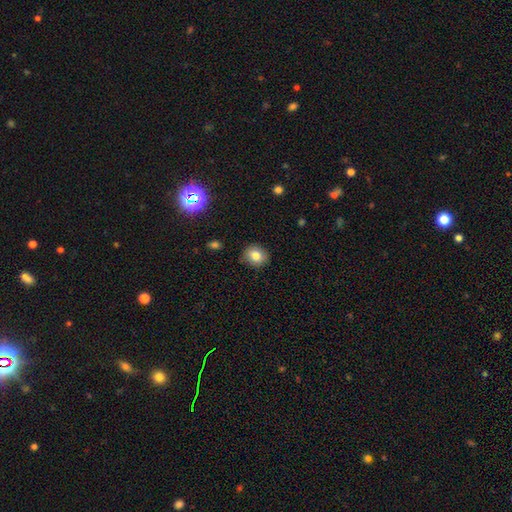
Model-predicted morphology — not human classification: The model was most divided on "how rounded": round: 72%, in between: 27%, cigar-shaped: 1%. More confident: merging — none (87%); smooth or featured — smooth (81%).